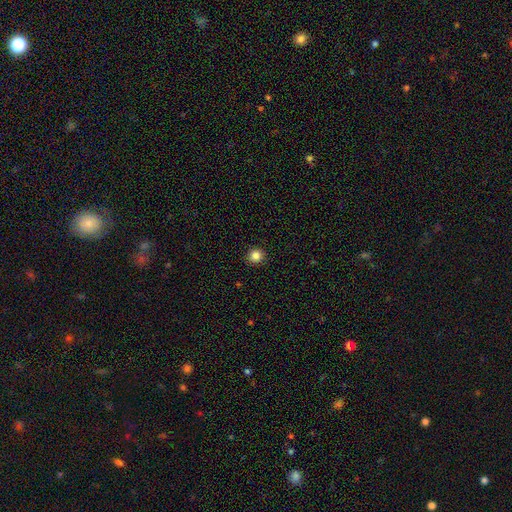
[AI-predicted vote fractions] smooth 85%, star or artifact 11%, featured or disk 4%. Down the decision tree: how rounded — round (94%); merging — none (92%).